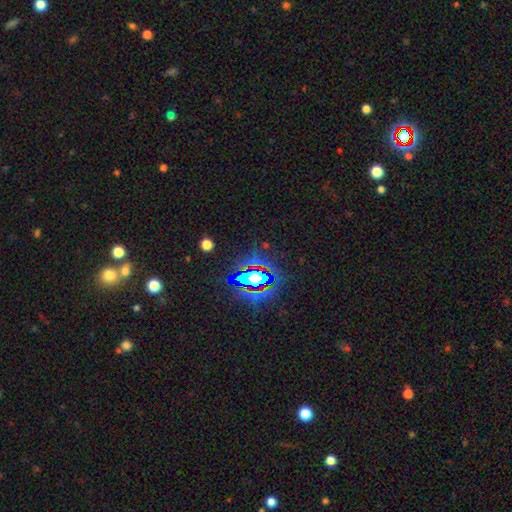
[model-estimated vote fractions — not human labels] Morphology: type=star or artifact (79%).